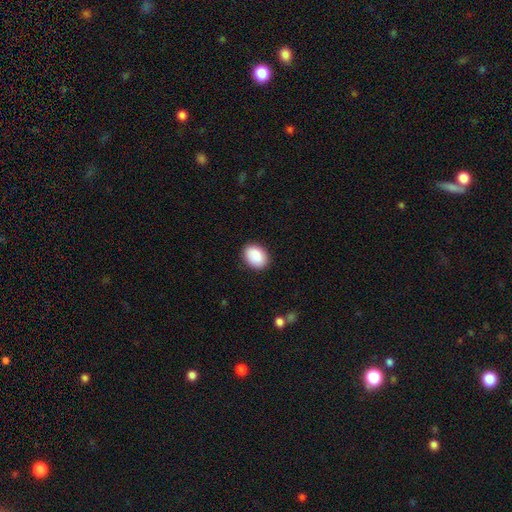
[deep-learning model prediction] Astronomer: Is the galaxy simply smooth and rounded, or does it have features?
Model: smooth — 87%.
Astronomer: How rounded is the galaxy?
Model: in between — 75%.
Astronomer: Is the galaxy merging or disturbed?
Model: none — 86%.